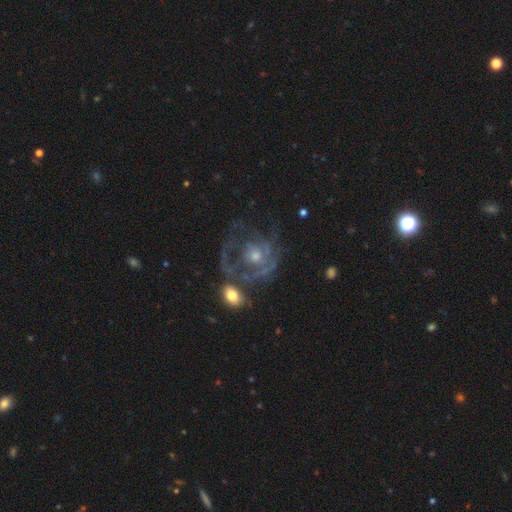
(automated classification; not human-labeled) A featured or disk galaxy (79%) with no bar (79%), tight (53%) spiral arms (77%) and a moderate central bulge (50%). Merging: none (44%).